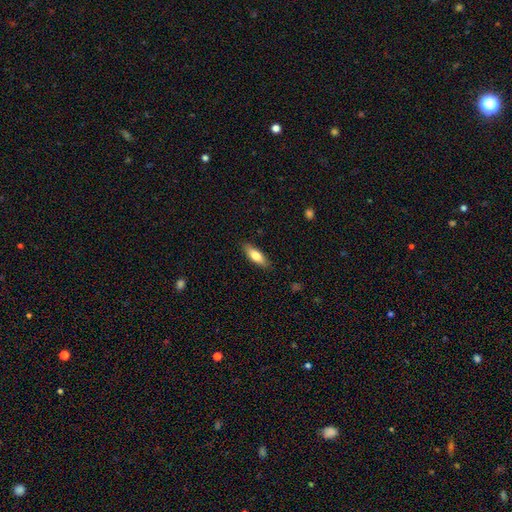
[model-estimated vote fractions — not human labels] Smooth or featured?
  - smooth: 74% *
  - featured or disk: 20%
  - star or artifact: 6%
How rounded?
  - in between: 60% *
  - cigar-shaped: 38%
  - round: 2%
Merging?
  - none: 88% *
  - minor disturbance: 9%
  - major disturbance: 2%
  - merger: 1%